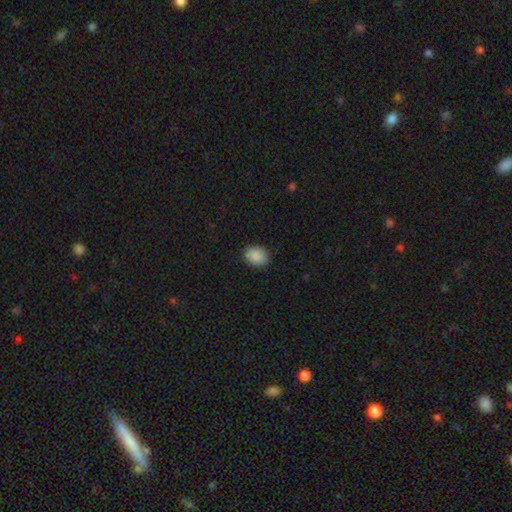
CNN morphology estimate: Smooth or featured: smooth — 89% (star or artifact — 8%)
How rounded: in between — 58% (round — 41%)
Merging: none — 88% (minor disturbance — 9%)